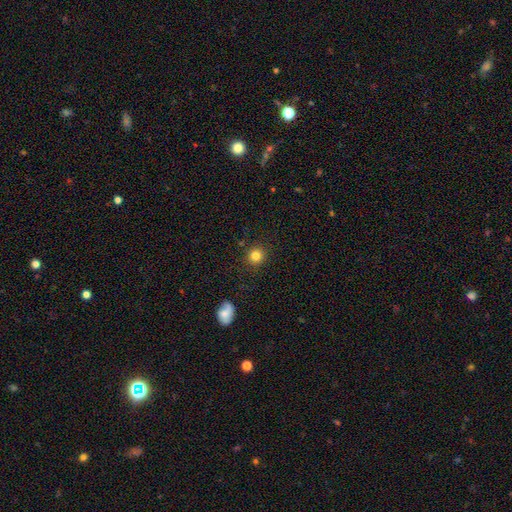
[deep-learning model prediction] A smooth galaxy with no disk features (83%) that is round (92%).

Vote fractions:
- Smooth or featured? smooth: 83% / star or artifact: 11% / featured or disk: 6%
- How rounded? round: 92% / in between: 7% / cigar-shaped: 1%
- Merging? none: 89% / minor disturbance: 7% / major disturbance: 2% / merger: 2%